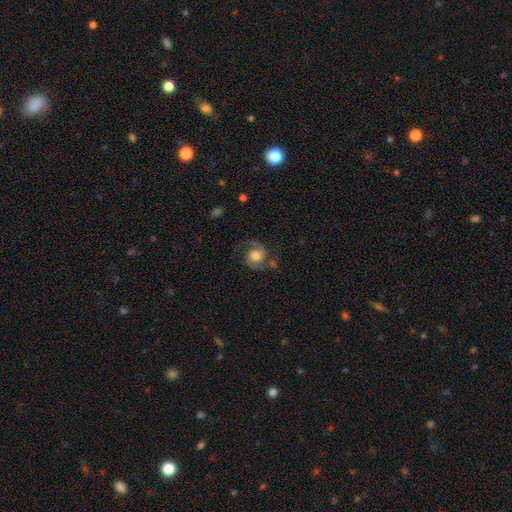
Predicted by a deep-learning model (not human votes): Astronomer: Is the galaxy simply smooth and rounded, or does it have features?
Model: featured or disk — 83%.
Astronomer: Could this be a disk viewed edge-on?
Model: no — 98%.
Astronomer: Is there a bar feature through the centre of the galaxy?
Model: no — 66%.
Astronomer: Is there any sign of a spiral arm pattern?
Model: yes — 97%.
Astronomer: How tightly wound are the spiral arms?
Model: medium — 56%.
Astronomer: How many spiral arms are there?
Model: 2 — 92%.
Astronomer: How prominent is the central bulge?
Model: moderate — 48% (runner-up: large, 31%).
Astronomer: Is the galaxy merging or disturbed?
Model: none — 73%.